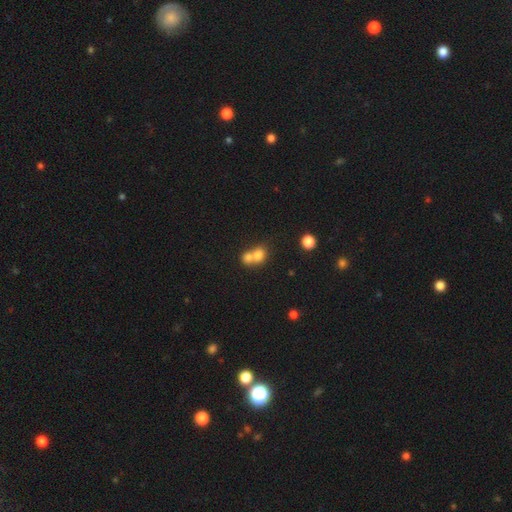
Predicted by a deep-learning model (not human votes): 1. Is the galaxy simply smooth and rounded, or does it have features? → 75% smooth, 14% featured or disk, 11% star or artifact.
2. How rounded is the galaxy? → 66% round, 33% in between, 1% cigar-shaped.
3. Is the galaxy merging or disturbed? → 68% merger, 24% none, 5% minor disturbance, 3% major disturbance.